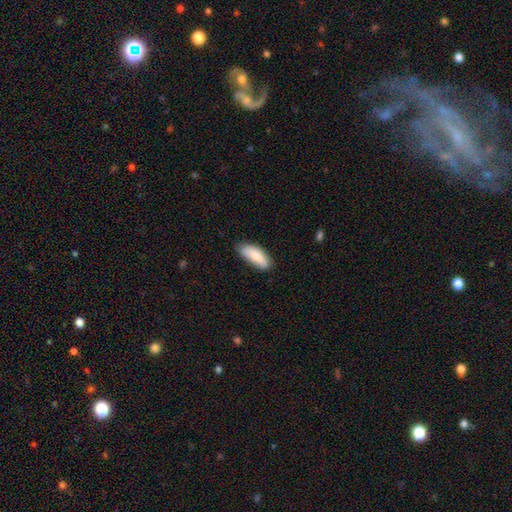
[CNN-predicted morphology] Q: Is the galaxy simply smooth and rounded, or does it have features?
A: smooth — 85%.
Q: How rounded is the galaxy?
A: in between — 73%.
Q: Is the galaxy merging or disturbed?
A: none — 76%.